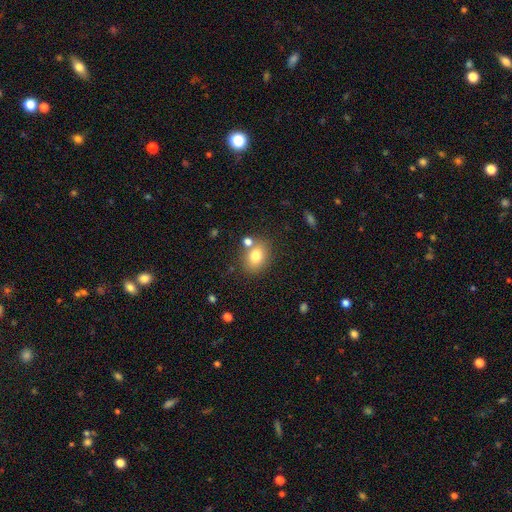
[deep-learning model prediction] Smooth or featured?
  - smooth: 77% *
  - featured or disk: 12%
  - star or artifact: 11%
How rounded?
  - in between: 53% *
  - round: 46%
  - cigar-shaped: 1%
Merging?
  - none: 72% *
  - merger: 13%
  - minor disturbance: 12%
  - major disturbance: 4%